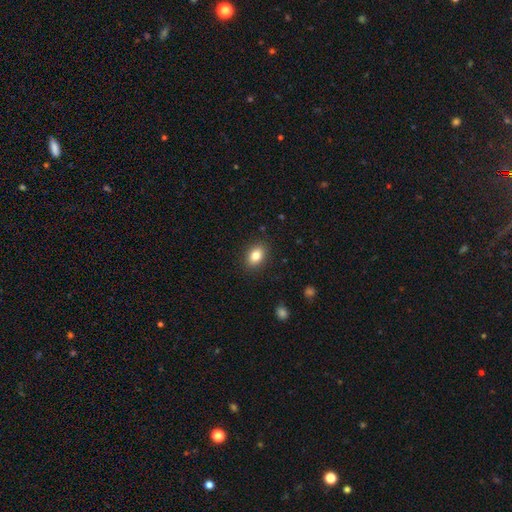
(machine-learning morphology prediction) This appears to be a smooth galaxy with no disk features (84%) that is in between round and cigar-shaped (77%). Merging: none (88%).